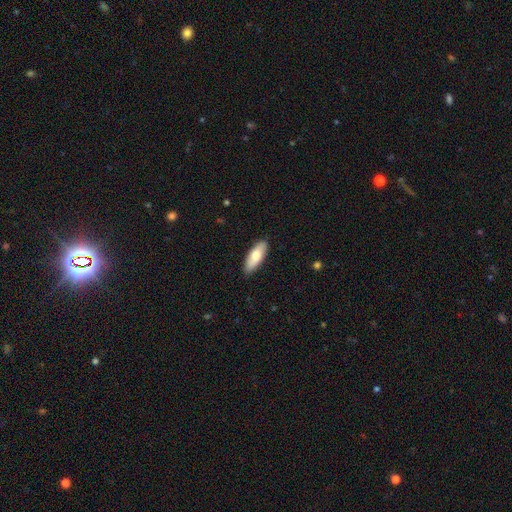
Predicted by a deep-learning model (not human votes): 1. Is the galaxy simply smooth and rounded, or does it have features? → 76% smooth, 19% featured or disk, 5% star or artifact.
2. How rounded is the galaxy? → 70% in between, 28% cigar-shaped, 2% round.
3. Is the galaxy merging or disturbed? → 88% none, 9% minor disturbance, 2% major disturbance, 1% merger.